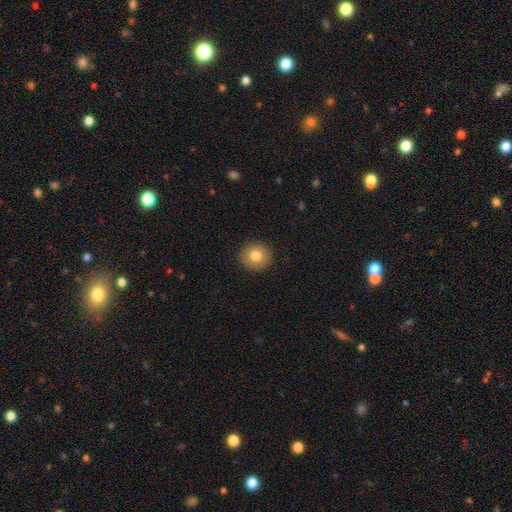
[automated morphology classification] The model was most divided on "smooth or featured": smooth: 80%, featured or disk: 10%, star or artifact: 9%. More confident: how rounded — round (92%); merging — none (92%).